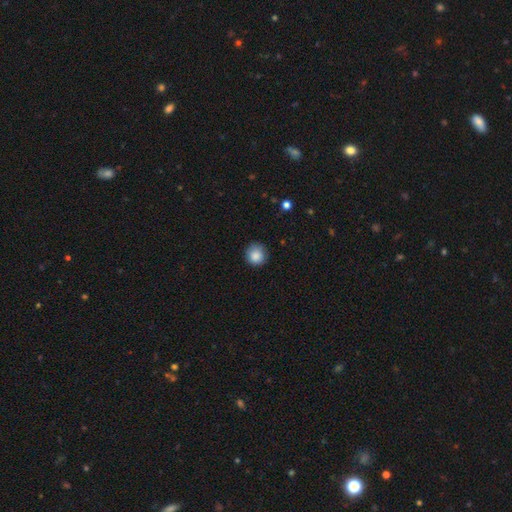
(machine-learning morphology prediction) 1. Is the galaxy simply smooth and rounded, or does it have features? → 87% smooth, 9% star or artifact, 4% featured or disk.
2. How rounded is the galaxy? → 92% round, 7% in between, 1% cigar-shaped.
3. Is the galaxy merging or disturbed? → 84% none, 13% minor disturbance, 2% major disturbance, 1% merger.